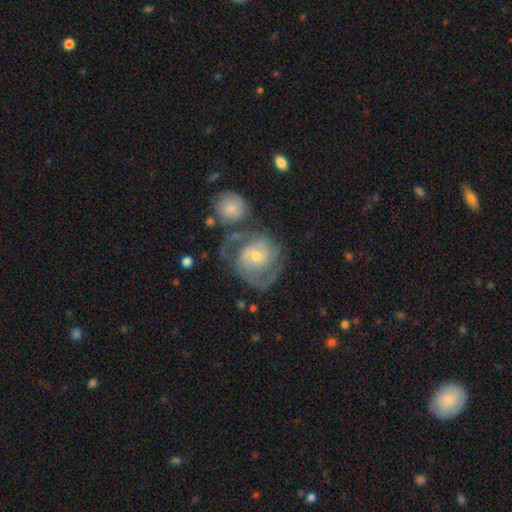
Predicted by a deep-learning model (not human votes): The model was most divided on "spiral winding": tight: 50%, medium: 38%, loose: 12%. Remaining: edge-on disk — no (98%); spiral arms — yes (91%); smooth or featured — featured or disk (80%); bar — no (64%); bulge size — small (56%); spiral arm count — 2 (55%); merging — none (49%).